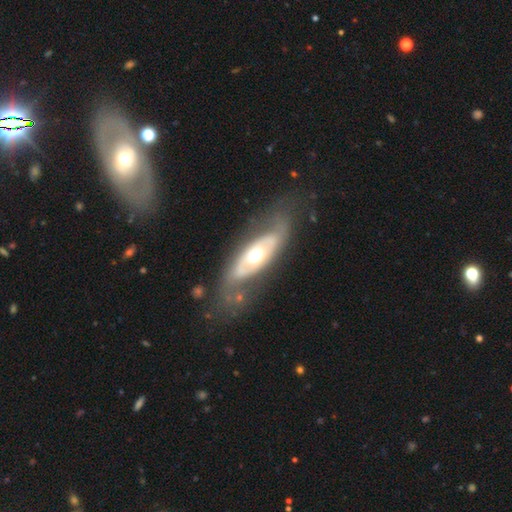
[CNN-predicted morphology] featured or disk 66%, smooth 29%, star or artifact 5%. Down the decision tree: edge-on disk — no (80%); bar — no (81%); spiral arms — no (66%); bulge size — moderate (63%); merging — none (64%).